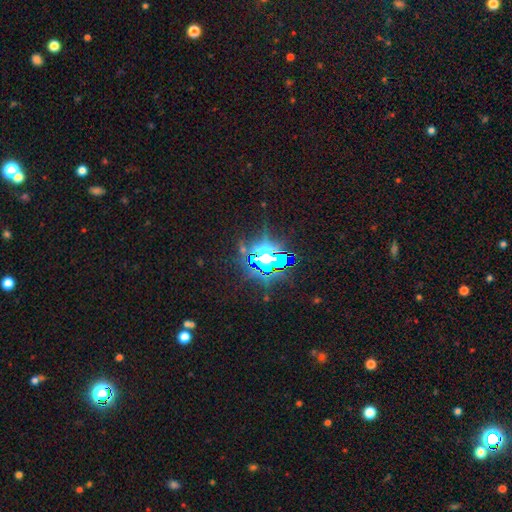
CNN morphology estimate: Overall: star or artifact (85%).